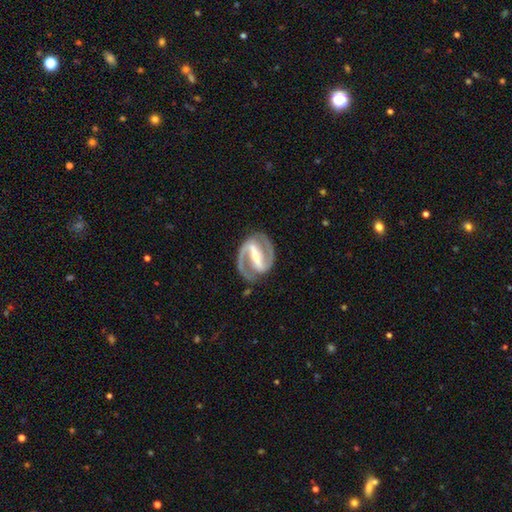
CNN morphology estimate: type=featured or disk (92%); edge-on=no (97%); bar=strong (83%); spiral arms=yes (97%); winding=medium (53%); arm count=2 (94%); bulge=moderate (42%); merging=none (83%).